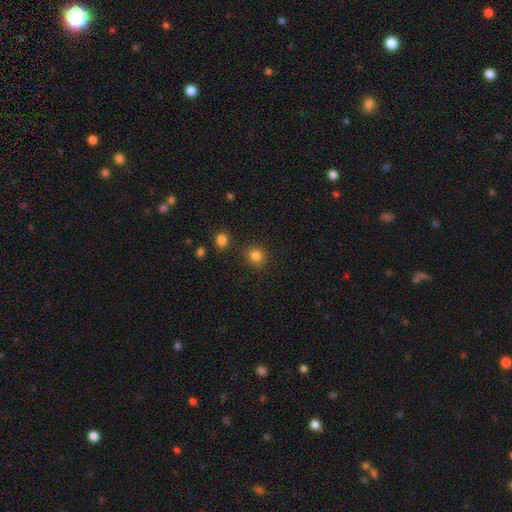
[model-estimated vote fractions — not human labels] A smooth galaxy with no disk features (84%) that is round (88%). Merging: none (84%).